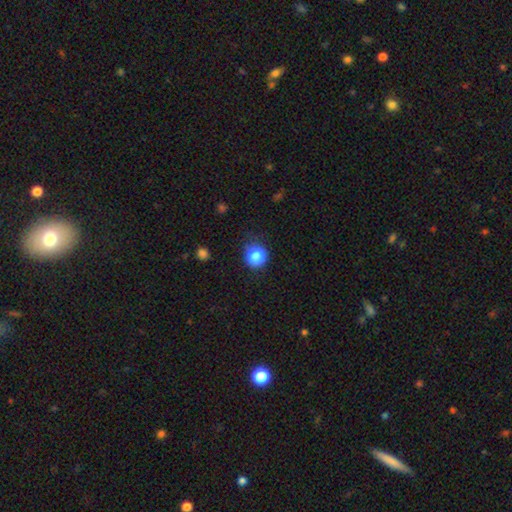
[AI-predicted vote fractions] This is clearly a smooth galaxy (85%). How rounded: clearly round (89%). Merging: likely none (79%).